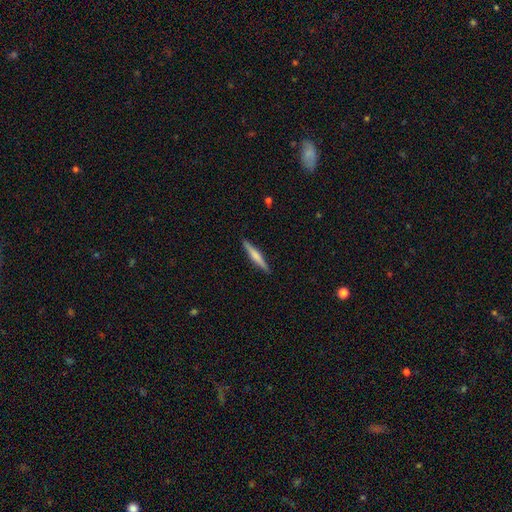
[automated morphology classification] A smooth galaxy with no disk features (51%) that is cigar-shaped (93%). Merging: none (91%).